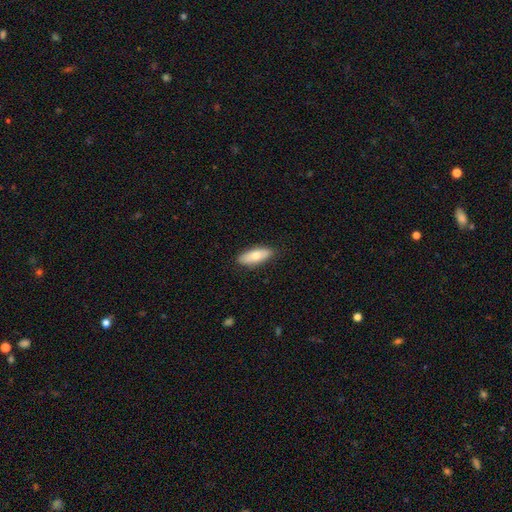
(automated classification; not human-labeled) smooth_or_featured: smooth (p=0.71) [alt: featured or disk p=0.23]
how_rounded: in between (p=0.74) [alt: cigar-shaped p=0.24]
merging: none (p=0.87) [alt: minor disturbance p=0.10]